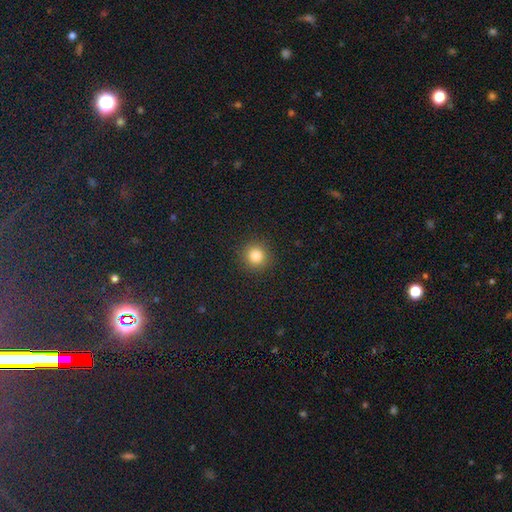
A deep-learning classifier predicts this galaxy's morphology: Q: Smooth or featured?
A: smooth (83%); runner-up: star or artifact (12%)
Q: How rounded?
A: round (93%); runner-up: in between (6%)
Q: Merging?
A: none (91%); runner-up: minor disturbance (6%)